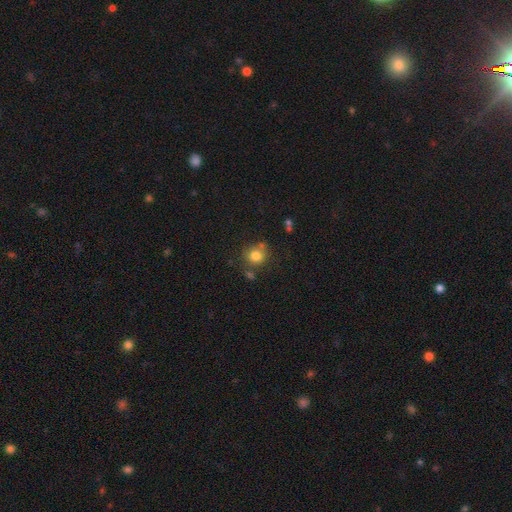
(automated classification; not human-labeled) Overall: smooth (80%). How rounded: round (87%). Merging: none (71%).